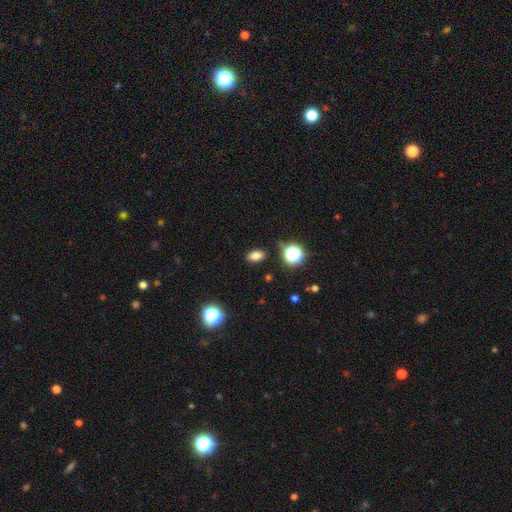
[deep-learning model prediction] A smooth galaxy with no disk features (79%) that is in between round and cigar-shaped (82%). Merging: none (87%).